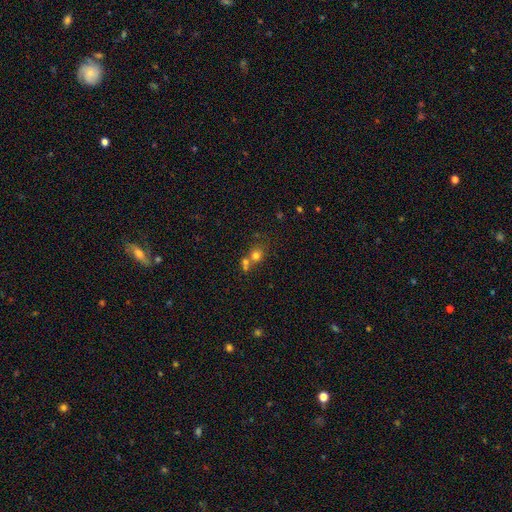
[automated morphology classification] smooth_or_featured: smooth (p=0.72) [alt: star or artifact p=0.16]
how_rounded: round (p=0.79) [alt: in between p=0.20]
merging: merger (p=0.45) [alt: none p=0.42]